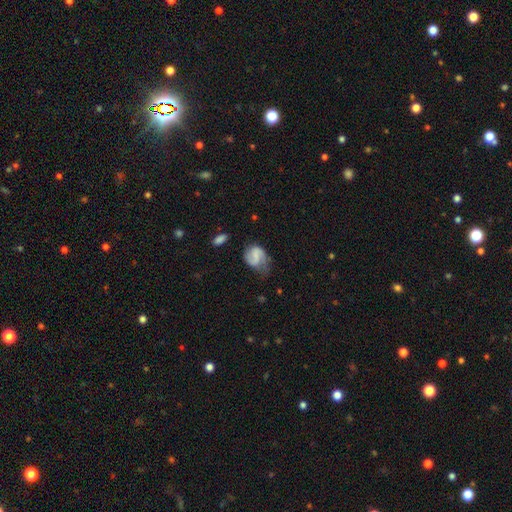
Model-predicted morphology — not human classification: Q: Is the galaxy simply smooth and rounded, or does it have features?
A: featured or disk — 62%.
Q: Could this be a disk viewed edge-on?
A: no — 97%.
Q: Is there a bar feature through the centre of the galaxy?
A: weak — 47%.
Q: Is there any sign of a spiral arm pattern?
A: yes — 89%.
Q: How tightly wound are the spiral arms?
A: medium — 43%.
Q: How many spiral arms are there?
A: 2 — 72%.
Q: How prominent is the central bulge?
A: none — 43%.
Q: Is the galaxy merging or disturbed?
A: none — 46%.